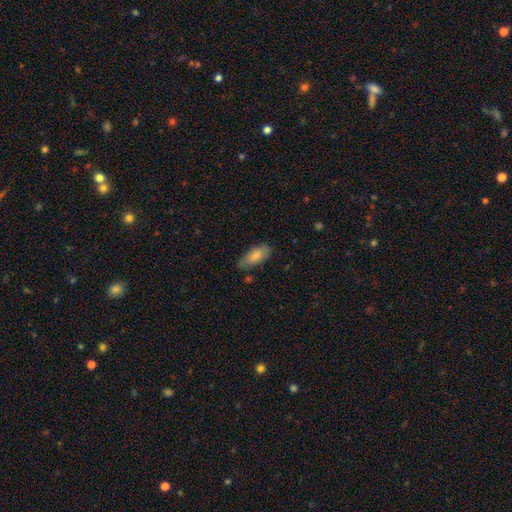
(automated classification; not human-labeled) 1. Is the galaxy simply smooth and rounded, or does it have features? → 81% smooth, 13% featured or disk, 6% star or artifact.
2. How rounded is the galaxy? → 81% in between, 17% cigar-shaped, 2% round.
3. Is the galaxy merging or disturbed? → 72% none, 22% minor disturbance, 4% major disturbance, 2% merger.